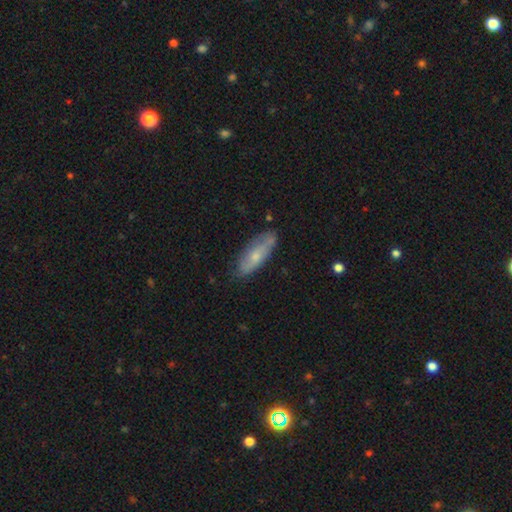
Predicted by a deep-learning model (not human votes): smooth_or_featured: smooth (p=0.51) [alt: featured or disk p=0.43]
how_rounded: in between (p=0.59) [alt: cigar-shaped p=0.38]
merging: none (p=0.74) [alt: minor disturbance p=0.20]